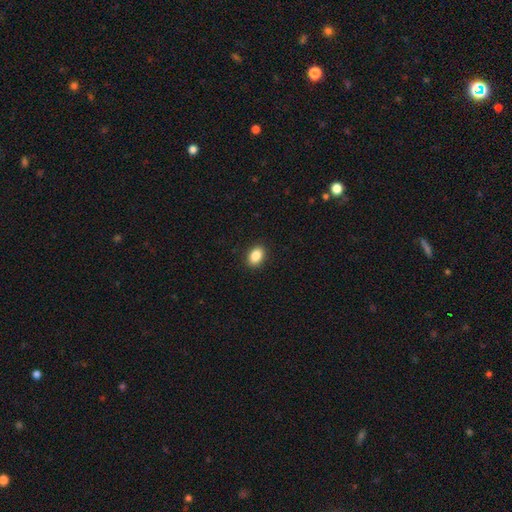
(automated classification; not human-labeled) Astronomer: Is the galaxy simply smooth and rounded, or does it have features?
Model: smooth — 87%.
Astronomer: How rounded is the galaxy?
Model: in between — 82%.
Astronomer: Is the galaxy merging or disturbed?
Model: none — 91%.